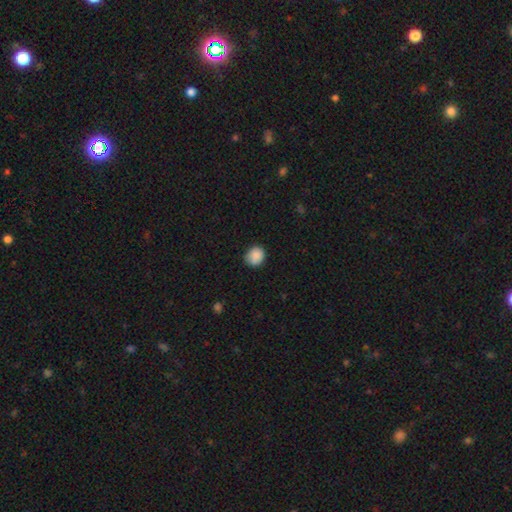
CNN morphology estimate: smooth 88%, star or artifact 8%, featured or disk 4%. Down the decision tree: how rounded — round (74%); merging — none (79%).